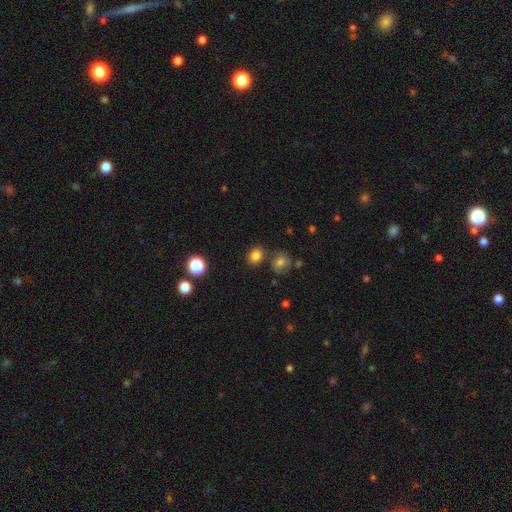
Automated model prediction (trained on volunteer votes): Smooth or featured?
  - smooth: 80% *
  - star or artifact: 13%
  - featured or disk: 7%
How rounded?
  - round: 66% *
  - in between: 33%
  - cigar-shaped: 1%
Merging?
  - none: 72% *
  - merger: 14%
  - minor disturbance: 11%
  - major disturbance: 4%